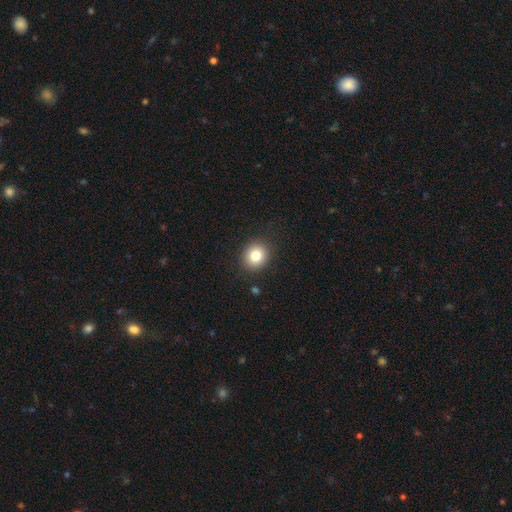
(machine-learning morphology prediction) This appears to be a smooth galaxy with no disk features (81%) that is round (83%). Merging: none (89%).